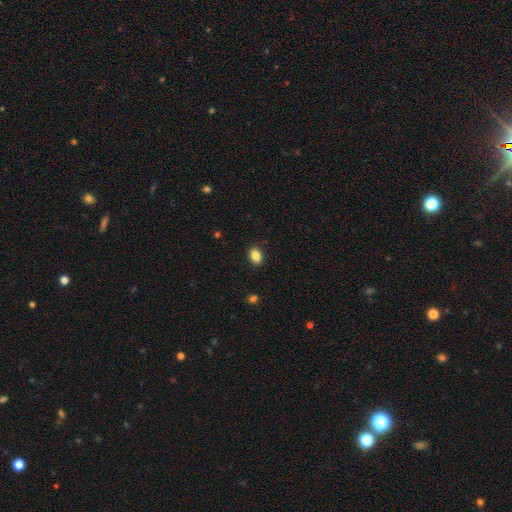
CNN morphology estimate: Q: Smooth or featured?
A: smooth (86%); runner-up: star or artifact (9%)
Q: How rounded?
A: in between (77%); runner-up: round (22%)
Q: Merging?
A: none (89%); runner-up: minor disturbance (8%)